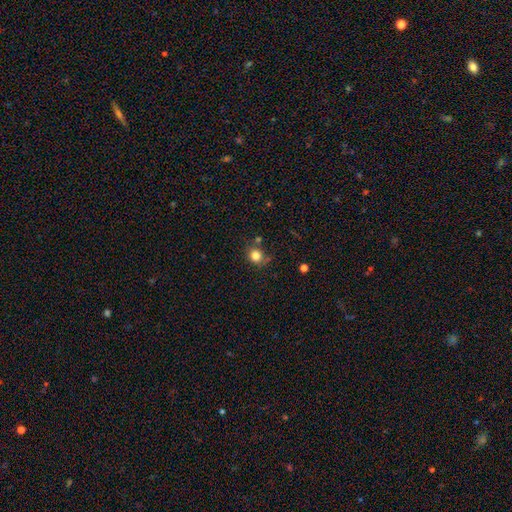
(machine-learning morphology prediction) The model was most divided on "merging": none: 74%, minor disturbance: 15%, merger: 7%, major disturbance: 4%. More confident: smooth or featured — smooth (82%); how rounded — round (81%).